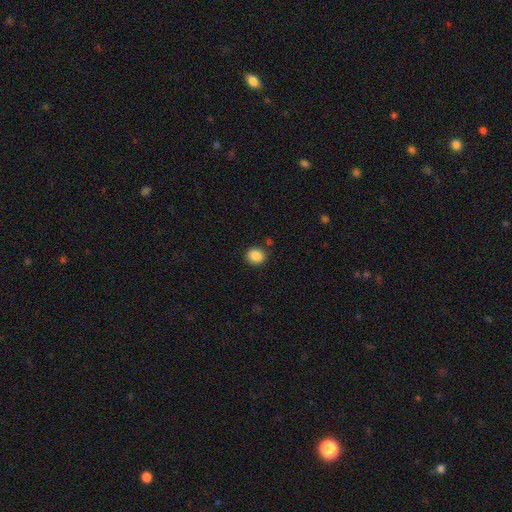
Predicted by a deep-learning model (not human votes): Smooth or featured? smooth (87%)
How rounded? round (74%)
Merging? none (86%)